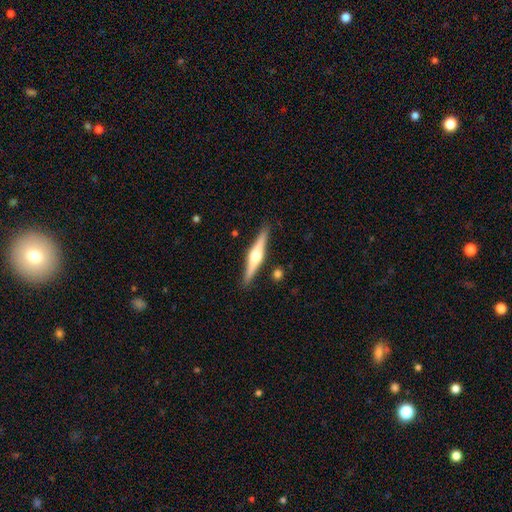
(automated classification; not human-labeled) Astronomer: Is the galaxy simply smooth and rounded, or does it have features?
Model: featured or disk — 74%.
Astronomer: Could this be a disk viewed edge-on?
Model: yes — 98%.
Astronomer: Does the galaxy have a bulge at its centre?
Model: rounded — 93%.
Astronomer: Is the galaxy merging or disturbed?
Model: none — 89%.